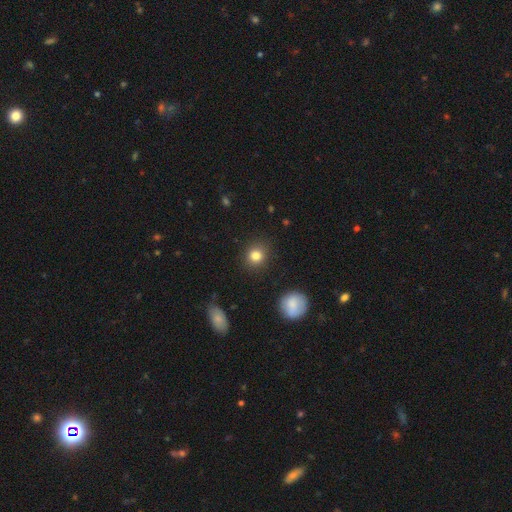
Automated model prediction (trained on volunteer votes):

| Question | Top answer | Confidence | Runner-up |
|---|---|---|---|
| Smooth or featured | smooth | 83% | star or artifact (11%) |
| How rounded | round | 85% | in between (14%) |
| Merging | none | 89% | minor disturbance (8%) |